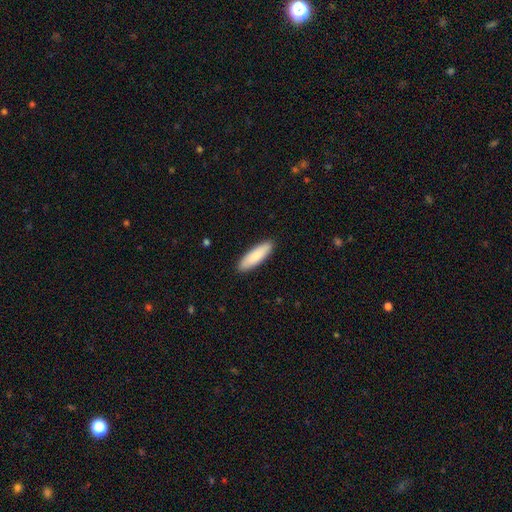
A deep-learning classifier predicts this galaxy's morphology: A smooth galaxy with no disk features (86%) that is cigar-shaped (58%).

Vote fractions:
- Smooth or featured? smooth: 86% / featured or disk: 9% / star or artifact: 5%
- How rounded? cigar-shaped: 58% / in between: 41% / round: 1%
- Merging? none: 90% / minor disturbance: 7% / major disturbance: 1% / merger: 1%